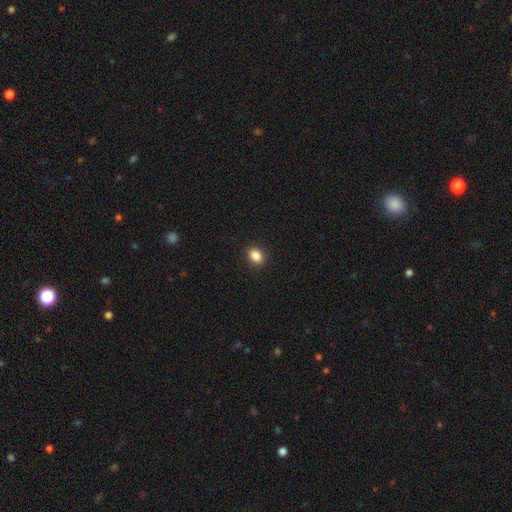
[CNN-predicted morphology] Smooth or featured?
  - smooth: 87% *
  - star or artifact: 9%
  - featured or disk: 4%
How rounded?
  - in between: 73% *
  - round: 25%
  - cigar-shaped: 1%
Merging?
  - none: 90% *
  - minor disturbance: 7%
  - major disturbance: 2%
  - merger: 1%